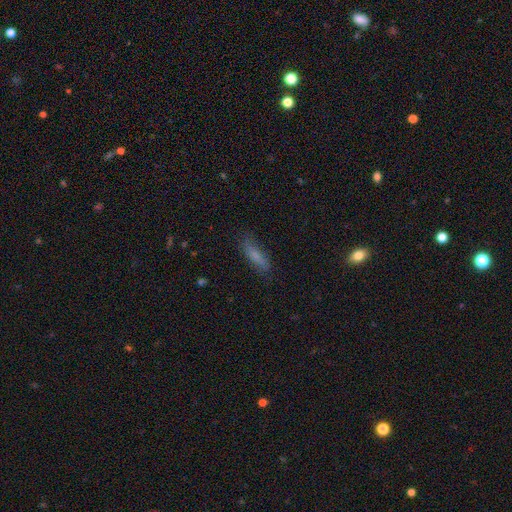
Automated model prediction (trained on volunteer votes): Overall: smooth (75%). How rounded: cigar-shaped (63%; in between 34%). Merging: none (76%).